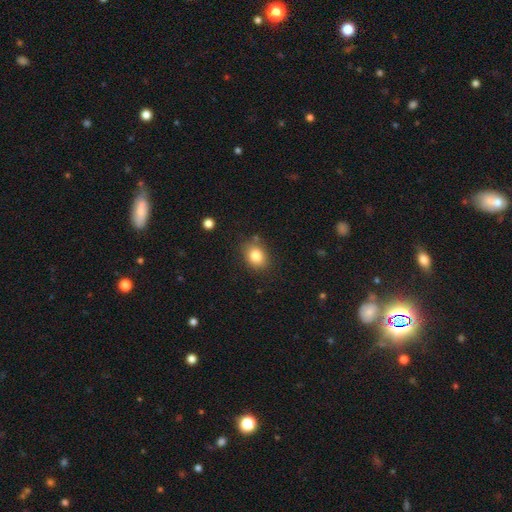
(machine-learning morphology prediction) smooth_or_featured: smooth (p=0.84) [alt: star or artifact p=0.10]
how_rounded: in between (p=0.52) [alt: round p=0.47]
merging: none (p=0.79) [alt: minor disturbance p=0.13]